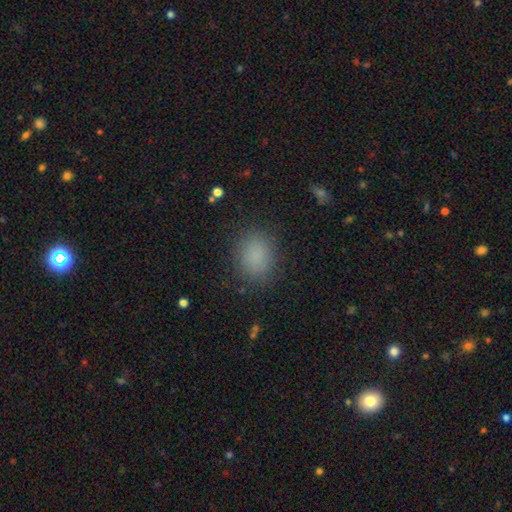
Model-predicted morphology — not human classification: Smooth or featured? Predicted: smooth (p=0.85). How rounded? Predicted: in between (p=0.55). Merging? Predicted: none (p=0.85).